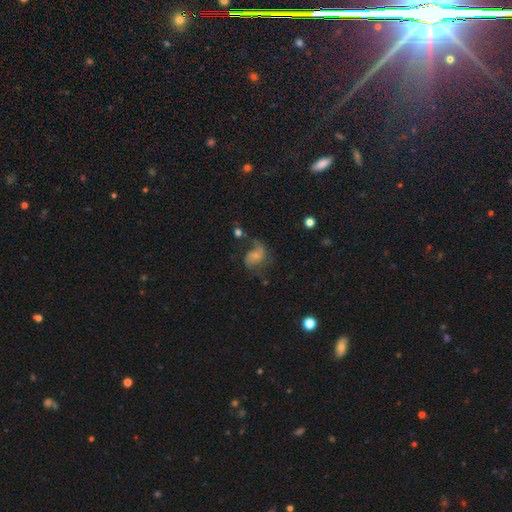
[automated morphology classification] This appears to be a featured or disk galaxy (61%) with no bar (64%), spiral arms (84%) and a small central bulge (51%). Merging: major disturbance (35%).